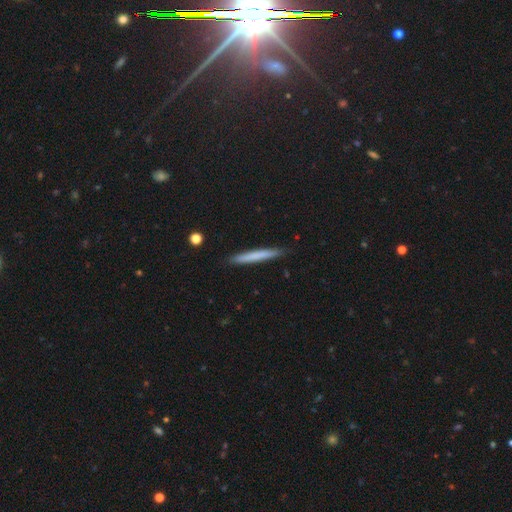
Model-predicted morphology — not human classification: Smooth or featured: smooth — 69% (featured or disk — 25%)
How rounded: cigar-shaped — 96% (in between — 2%)
Merging: none — 88% (minor disturbance — 9%)